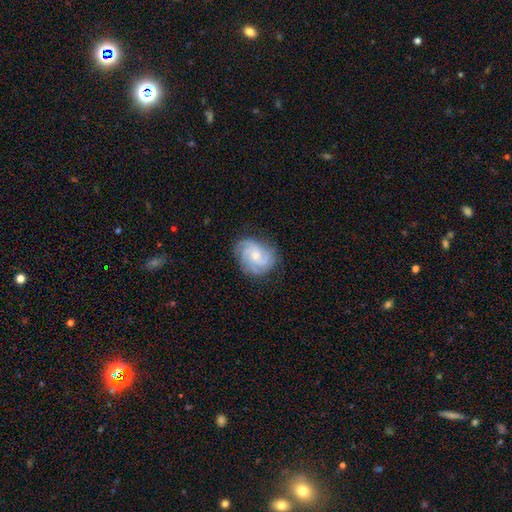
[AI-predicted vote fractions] Smooth or featured?
  - featured or disk: 84% *
  - smooth: 10%
  - star or artifact: 6%
Edge-on disk?
  - no: 98% *
  - yes: 2%
Bar?
  - no: 69% *
  - weak: 27%
  - strong: 4%
Spiral arms?
  - yes: 98% *
  - no: 2%
Spiral winding?
  - tight: 56% *
  - medium: 37%
  - loose: 7%
Spiral arm count?
  - 3: 40% *
  - 4: 25%
  - can't tell: 14%
  - 2: 10%
  - more than 4: 6%
  - 1: 5%
Bulge size?
  - small: 56% *
  - moderate: 39%
  - none: 2%
  - large: 2%
  - dominant: 1%
Merging?
  - none: 78% *
  - minor disturbance: 16%
  - major disturbance: 5%
  - merger: 1%